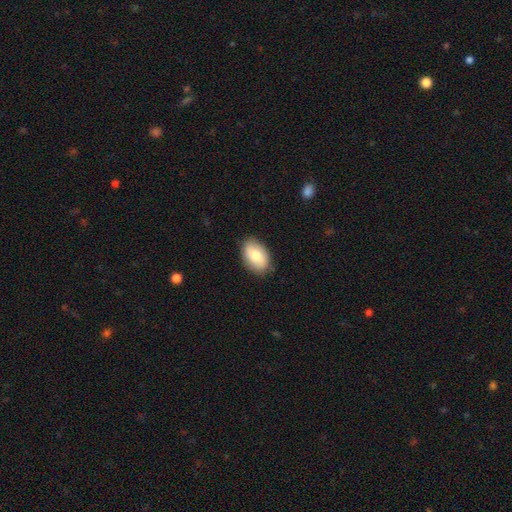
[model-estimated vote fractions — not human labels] Smooth or featured? Predicted: smooth (p=0.78). How rounded? Predicted: in between (p=0.90). Merging? Predicted: none (p=0.85).